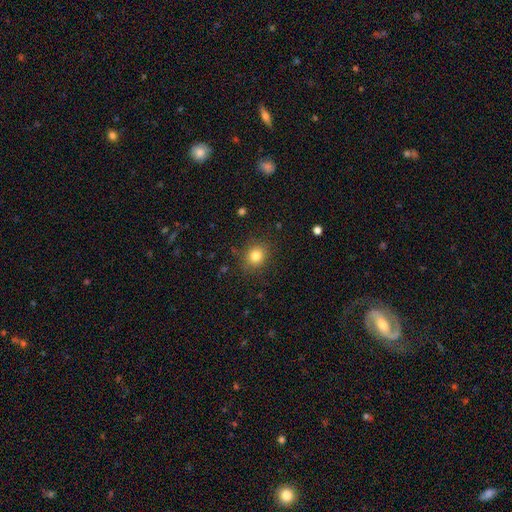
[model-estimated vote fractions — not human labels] Smooth or featured? Predicted: smooth (p=0.82). How rounded? Predicted: round (p=0.77). Merging? Predicted: none (p=0.87).